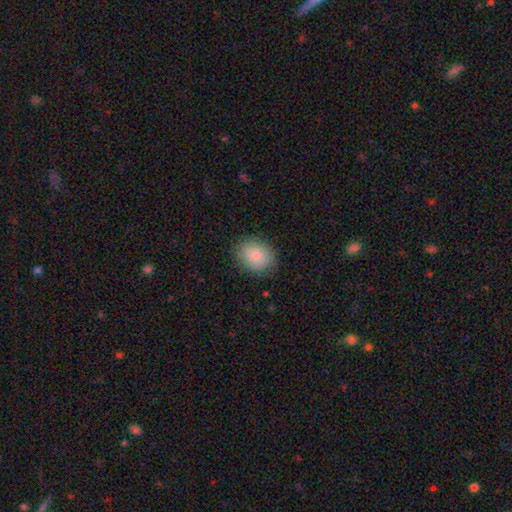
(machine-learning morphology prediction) A smooth galaxy with no disk features (85%) that is round (50%, tied with in between).

Vote fractions:
- Smooth or featured? smooth: 85% / star or artifact: 8% / featured or disk: 7%
- How rounded? round: 50% (tied) / in between: 50% (tied) / cigar-shaped: 1%
- Merging? none: 84% / minor disturbance: 11% / major disturbance: 3% / merger: 1%